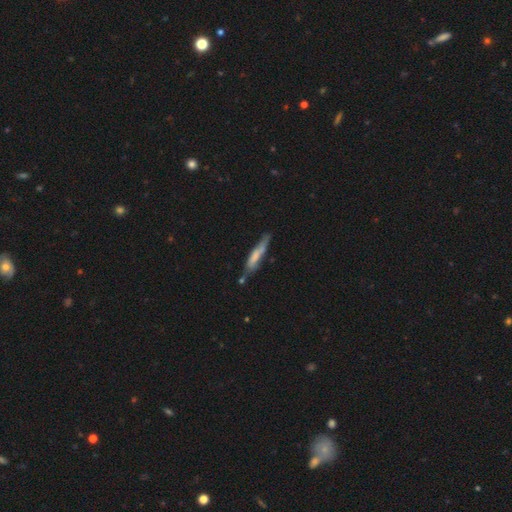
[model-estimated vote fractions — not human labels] smooth_or_featured: smooth (p=0.56) [alt: featured or disk p=0.38]
how_rounded: cigar-shaped (p=0.87) [alt: in between p=0.12]
merging: none (p=0.54) [alt: minor disturbance p=0.28]